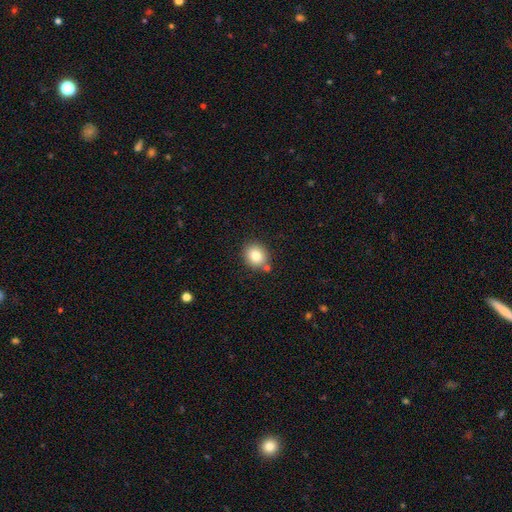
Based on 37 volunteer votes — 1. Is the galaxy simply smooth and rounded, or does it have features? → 89% smooth, 5% featured or disk, 5% star or artifact.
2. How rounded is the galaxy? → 58% round, 42% in between, 0% cigar-shaped.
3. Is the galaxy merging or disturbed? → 94% none, 3% minor disturbance, 3% merger, 0% major disturbance.